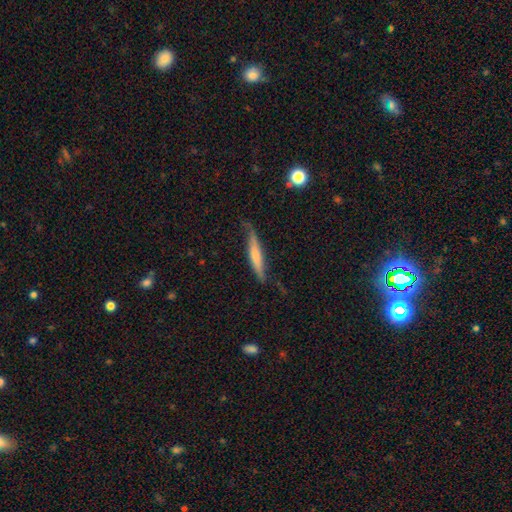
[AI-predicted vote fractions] Smooth or featured? Predicted: smooth (p=0.54). How rounded? Predicted: cigar-shaped (p=0.91). Merging? Predicted: none (p=0.65).